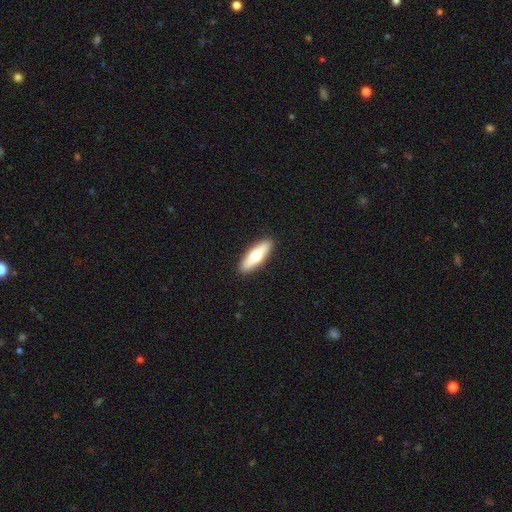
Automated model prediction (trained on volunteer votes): Smooth or featured: smooth — 60% (featured or disk — 35%)
How rounded: cigar-shaped — 52% (in between — 46%)
Merging: none — 91% (minor disturbance — 7%)